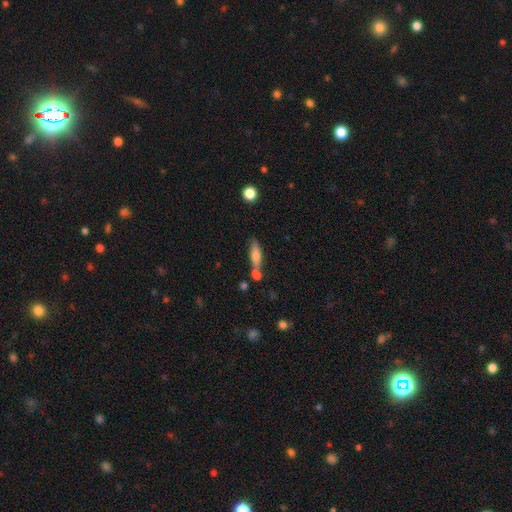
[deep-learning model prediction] Smooth or featured? smooth (65%)
How rounded? cigar-shaped (57%)
Merging? none (52%)